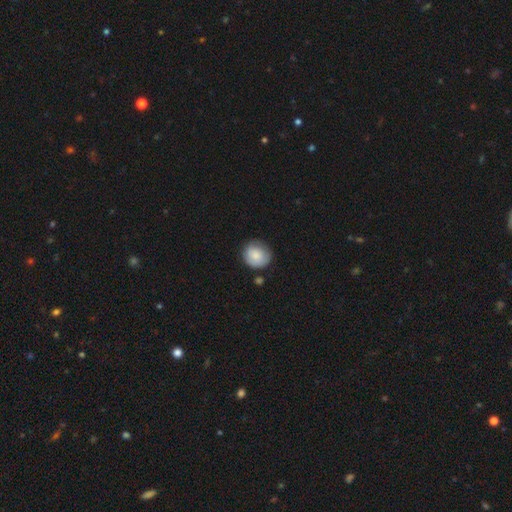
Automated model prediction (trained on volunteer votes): smooth_or_featured: smooth (p=0.79) [alt: featured or disk p=0.15]
how_rounded: round (p=0.83) [alt: in between p=0.16]
merging: none (p=0.69) [alt: minor disturbance p=0.22]